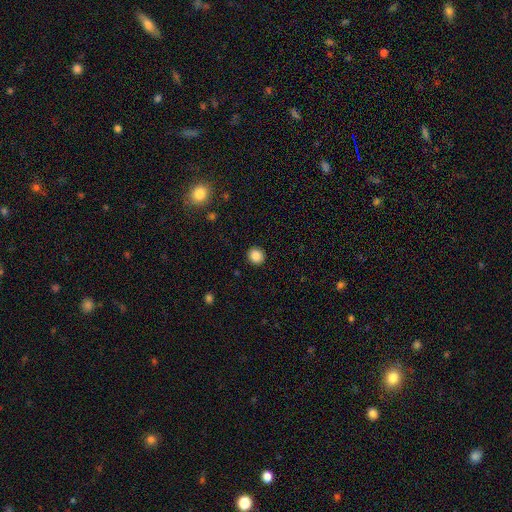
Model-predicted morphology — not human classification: smooth 86%, star or artifact 9%, featured or disk 4%. Down the decision tree: how rounded — round (88%); merging — none (92%).